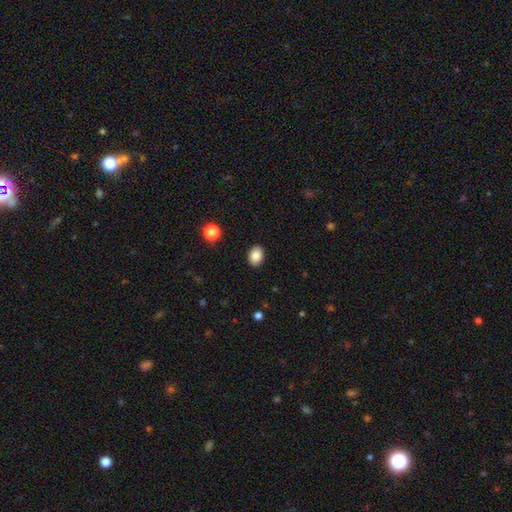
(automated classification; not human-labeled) A smooth galaxy with no disk features (87%) that is in between round and cigar-shaped (69%).

Vote fractions:
- Smooth or featured? smooth: 87% / star or artifact: 9% / featured or disk: 4%
- How rounded? in between: 69% / round: 30% / cigar-shaped: 1%
- Merging? none: 89% / minor disturbance: 8% / major disturbance: 2% / merger: 1%